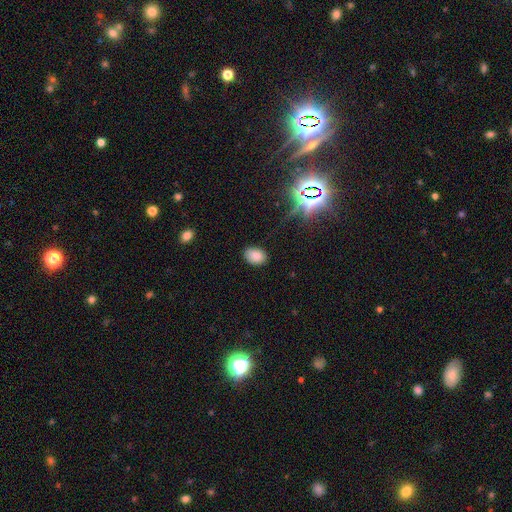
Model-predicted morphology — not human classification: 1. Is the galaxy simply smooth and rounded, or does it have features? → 83% smooth, 11% star or artifact, 6% featured or disk.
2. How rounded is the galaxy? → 79% in between, 20% round, 1% cigar-shaped.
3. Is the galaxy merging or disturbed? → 82% none, 14% minor disturbance, 3% major disturbance, 1% merger.